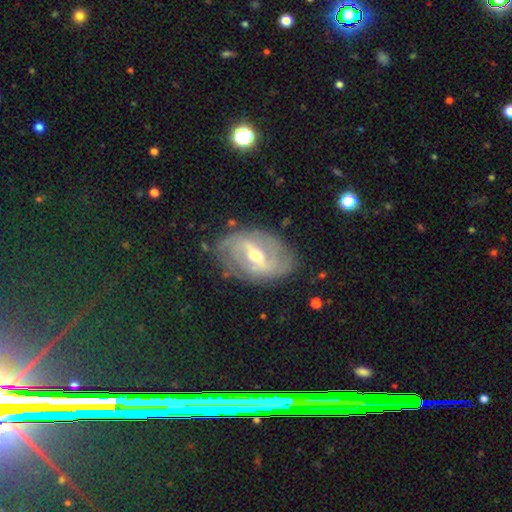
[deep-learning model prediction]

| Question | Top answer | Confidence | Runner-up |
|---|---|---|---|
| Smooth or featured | featured or disk | 83% | smooth (11%) |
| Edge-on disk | no | 94% | yes (6%) |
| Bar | strong | 51% | weak (39%) |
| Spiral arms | yes | 85% | no (15%) |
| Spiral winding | tight | 50% | medium (34%) |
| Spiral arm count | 2 | 52% | can't tell (27%) |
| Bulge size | moderate | 65% | small (30%) |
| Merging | none | 75% | minor disturbance (17%) |